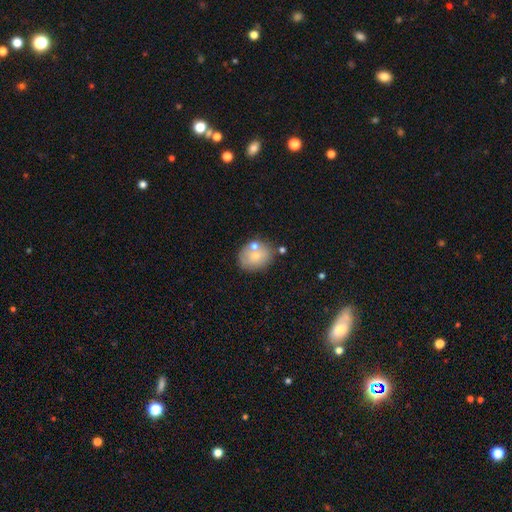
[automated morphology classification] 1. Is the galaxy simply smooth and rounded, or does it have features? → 69% smooth, 22% featured or disk, 8% star or artifact.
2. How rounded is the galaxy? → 51% round, 48% in between, 1% cigar-shaped.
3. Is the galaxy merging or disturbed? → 64% none, 17% minor disturbance, 15% merger, 5% major disturbance.